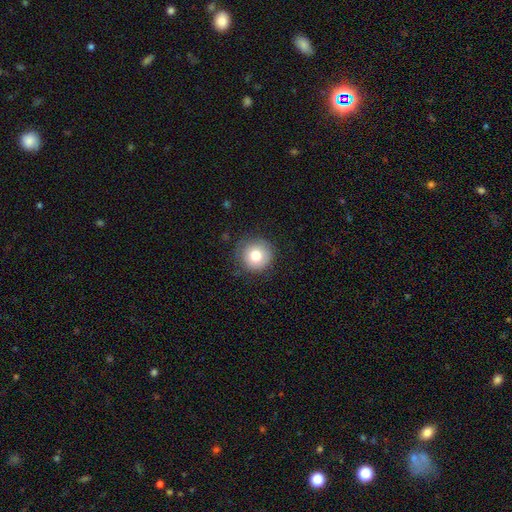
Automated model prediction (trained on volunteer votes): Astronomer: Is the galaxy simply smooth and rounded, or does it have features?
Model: smooth — 78%.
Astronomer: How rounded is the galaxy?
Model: round — 94%.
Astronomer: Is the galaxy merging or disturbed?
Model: none — 82%.